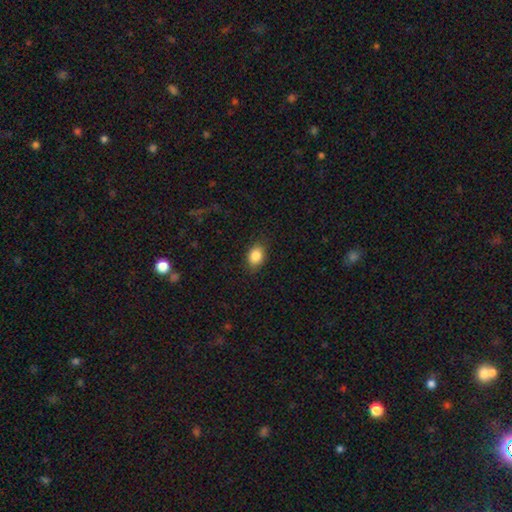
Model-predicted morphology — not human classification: Overall: smooth (86%). How rounded: in between (71%). Merging: none (86%).